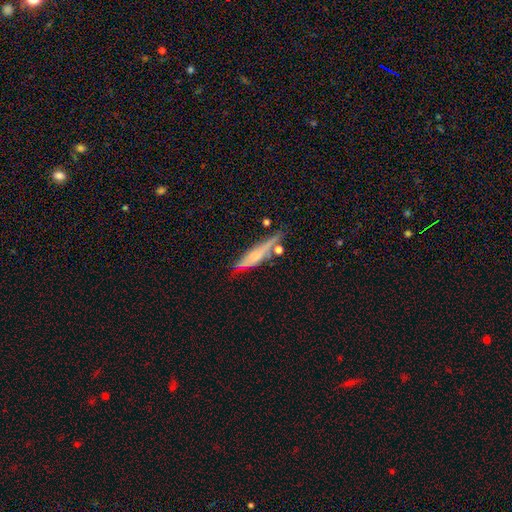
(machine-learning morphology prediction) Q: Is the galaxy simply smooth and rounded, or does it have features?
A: smooth — 47%.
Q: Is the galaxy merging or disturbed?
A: none — 61%.